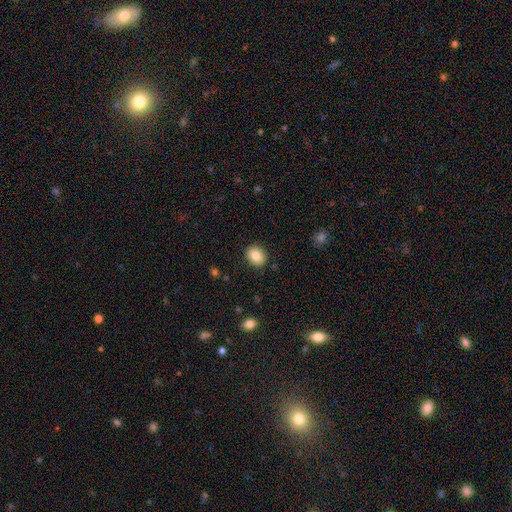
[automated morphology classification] A smooth galaxy with no disk features (84%) that is round (55%). Merging: none (89%).